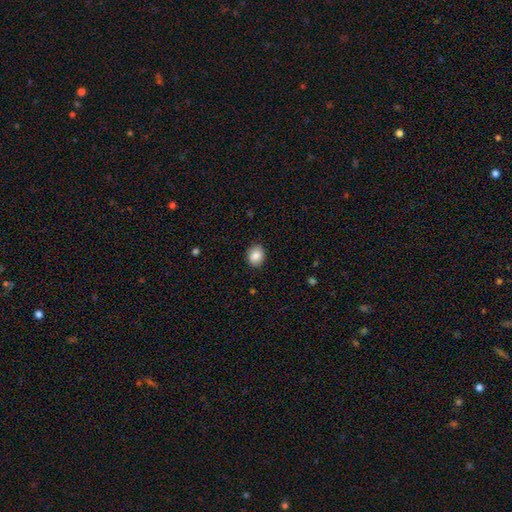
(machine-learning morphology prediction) This appears to be a smooth galaxy with no disk features (87%) that is round (57%). Merging: none (89%).